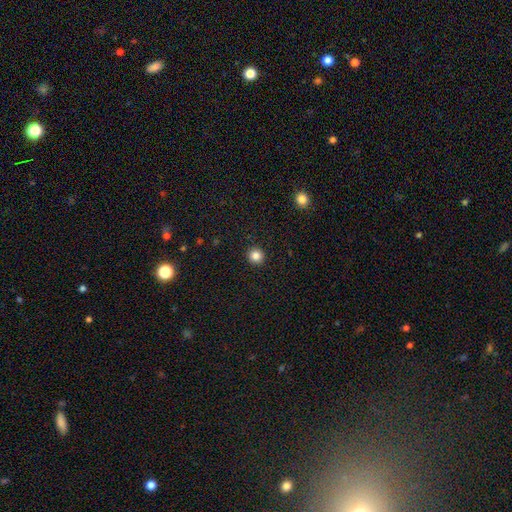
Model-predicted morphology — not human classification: Q: Smooth or featured?
A: smooth (85%); runner-up: star or artifact (11%)
Q: How rounded?
A: round (94%); runner-up: in between (5%)
Q: Merging?
A: none (93%); runner-up: minor disturbance (4%)